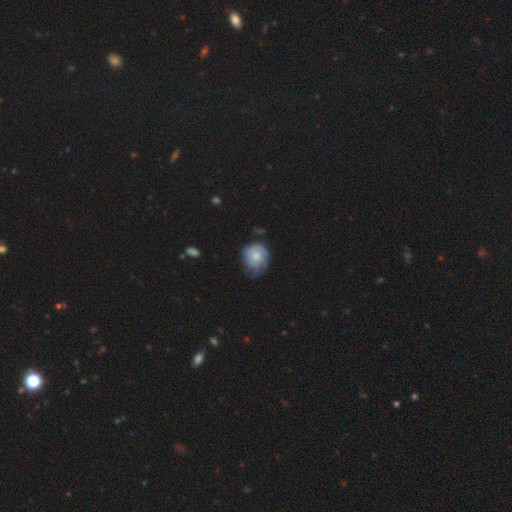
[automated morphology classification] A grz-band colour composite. It shows a featured or disk galaxy (50%). Merging: none (56%).